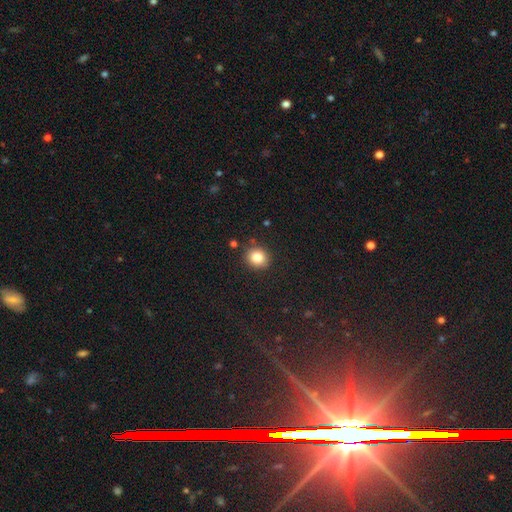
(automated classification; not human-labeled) Smooth or featured? Predicted: smooth (p=0.83). How rounded? Predicted: round (p=0.84). Merging? Predicted: none (p=0.88).